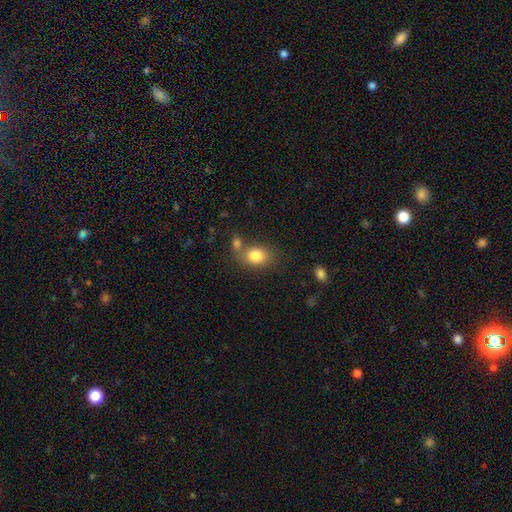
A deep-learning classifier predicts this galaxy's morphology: A smooth galaxy with no disk features (82%) that is in between round and cigar-shaped (63%).

Vote fractions:
- Smooth or featured? smooth: 82% / star or artifact: 9% / featured or disk: 9%
- How rounded? in between: 63% / round: 36% / cigar-shaped: 1%
- Merging? none: 57% / merger: 24% / minor disturbance: 14% / major disturbance: 5%